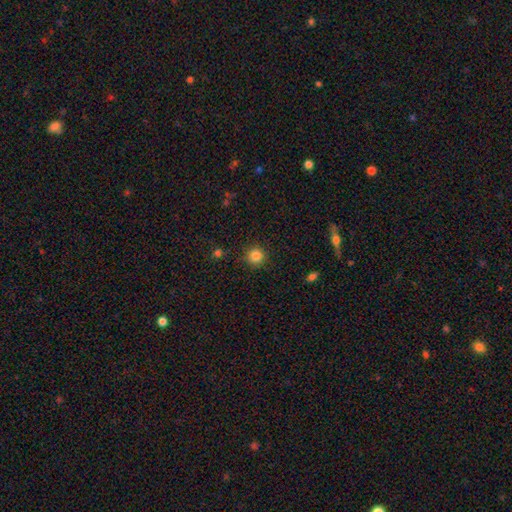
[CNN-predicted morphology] smooth-or-featured: smooth: 83% | star or artifact: 12% | featured or disk: 5%
  how-rounded: round: 95% | in between: 4% | cigar-shaped: 1%
  merging: none: 91% | minor disturbance: 6% | major disturbance: 2% | merger: 1%